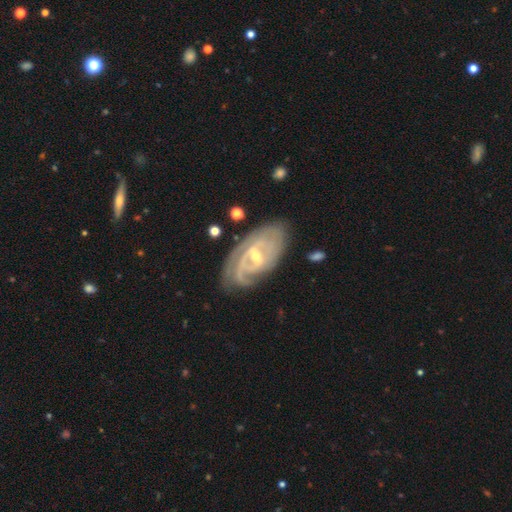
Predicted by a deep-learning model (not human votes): This appears to be a featured or disk galaxy (86%) with a weak bar (51%), 2 (37%) tight (64%) spiral arms (95%) and a small central bulge (48%). Merging: none (70%).